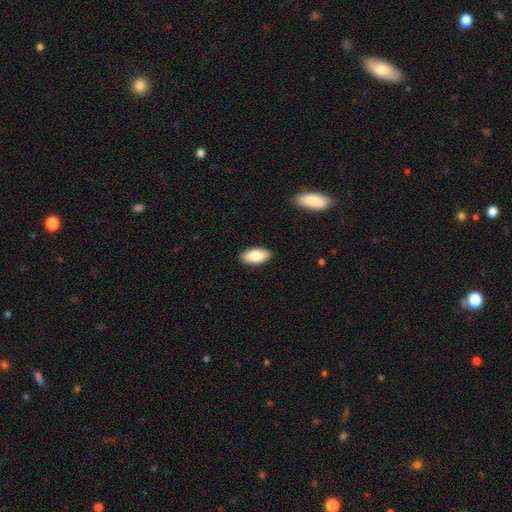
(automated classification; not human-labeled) Smooth or featured?
  - smooth: 86% *
  - featured or disk: 8%
  - star or artifact: 6%
How rounded?
  - in between: 92% *
  - cigar-shaped: 6%
  - round: 2%
Merging?
  - none: 89% *
  - minor disturbance: 8%
  - major disturbance: 2%
  - merger: 1%